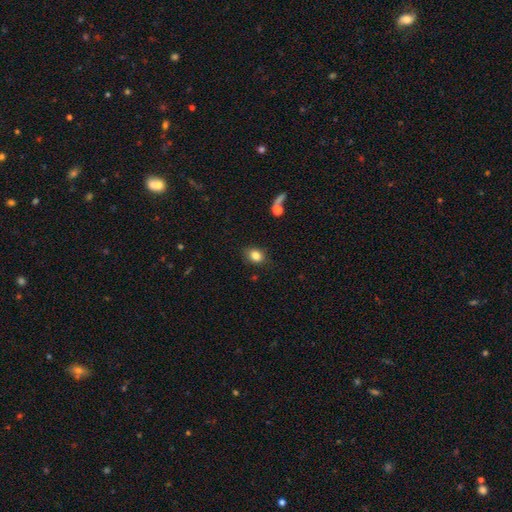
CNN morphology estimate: This appears to be a smooth galaxy with no disk features (82%) that is in between round and cigar-shaped (54%). Merging: none (81%).